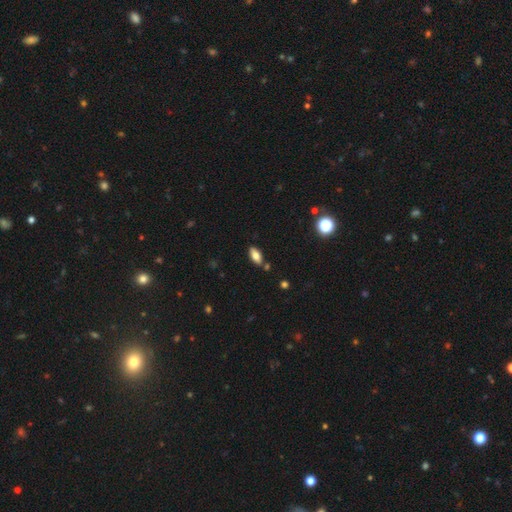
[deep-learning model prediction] Smooth or featured? smooth (76%)
How rounded? in between (88%)
Merging? none (79%)